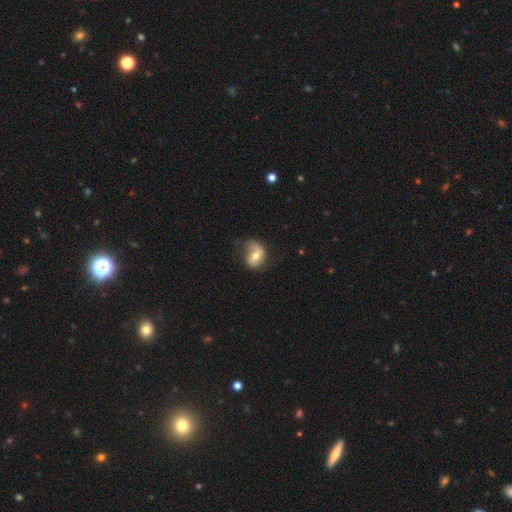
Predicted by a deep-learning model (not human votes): featured or disk 47%, smooth 45%, star or artifact 8%. Down the decision tree: merging — none (49%).